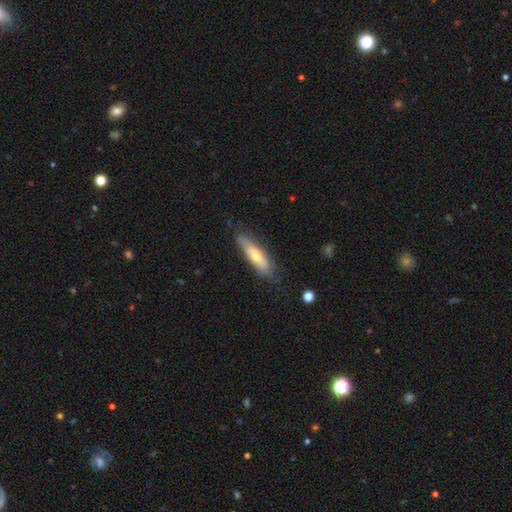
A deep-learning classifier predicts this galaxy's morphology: Smooth or featured: smooth — 54% (featured or disk — 39%)
How rounded: cigar-shaped — 72% (in between — 26%)
Merging: none — 78% (minor disturbance — 17%)